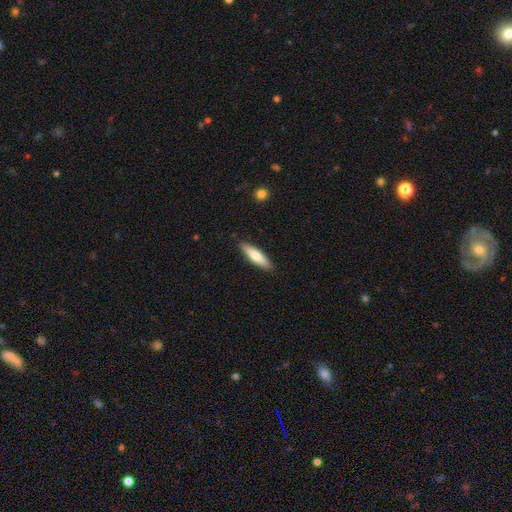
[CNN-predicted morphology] Smooth or featured? smooth (67%)
How rounded? cigar-shaped (69%)
Merging? none (89%)